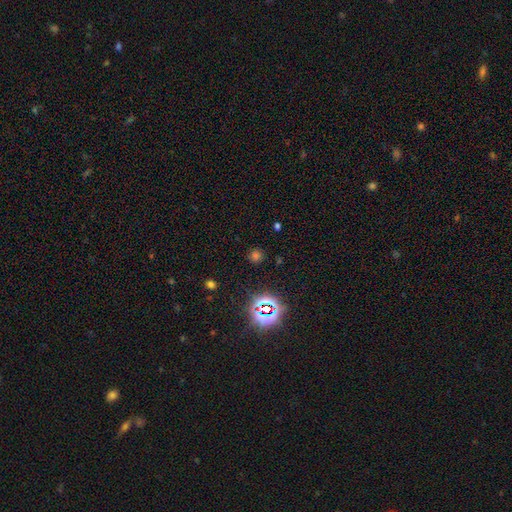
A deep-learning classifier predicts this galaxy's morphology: Smooth or featured?
  - smooth: 47% *
  - star or artifact: 46%
  - featured or disk: 7%
Merging?
  - none: 86% *
  - minor disturbance: 8%
  - major disturbance: 3%
  - merger: 2%